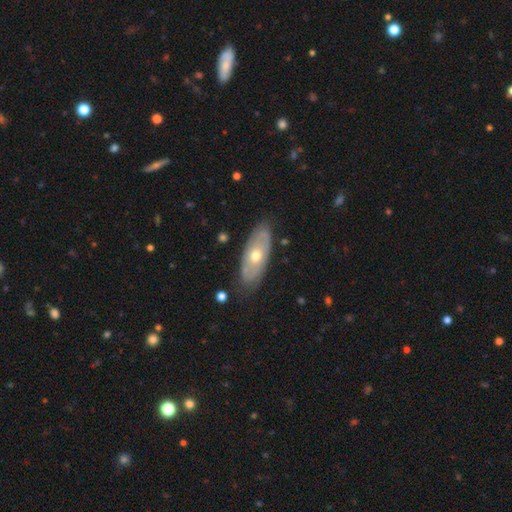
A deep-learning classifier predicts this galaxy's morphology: This is possibly a featured or disk galaxy (55%). It is likely not viewed edge-on (78%). Merging: clearly none (83%).